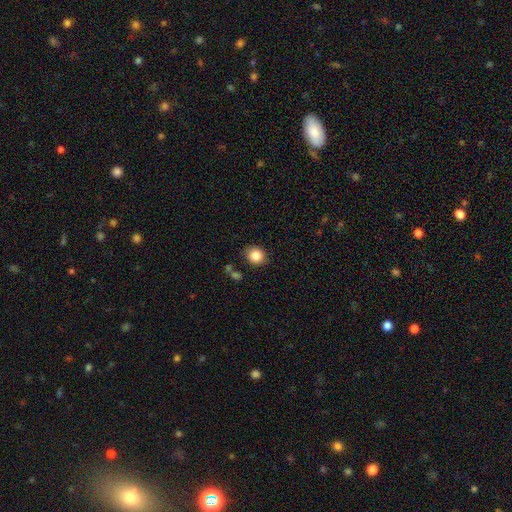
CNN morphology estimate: Smooth or featured? Predicted: smooth (p=0.85). How rounded? Predicted: round (p=0.74). Merging? Predicted: none (p=0.86).